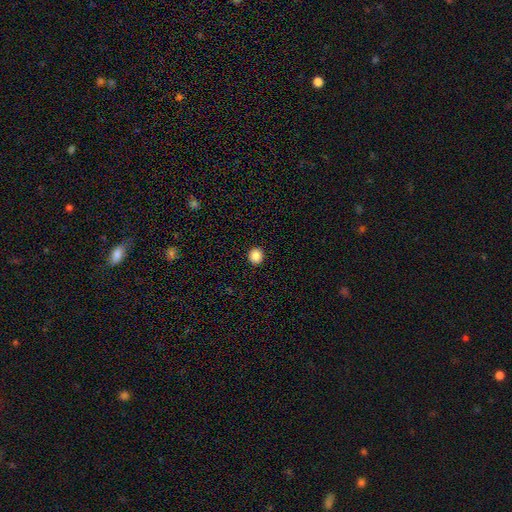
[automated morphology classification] This appears to be a smooth galaxy with no disk features (87%) that is round (90%). Merging: none (93%).